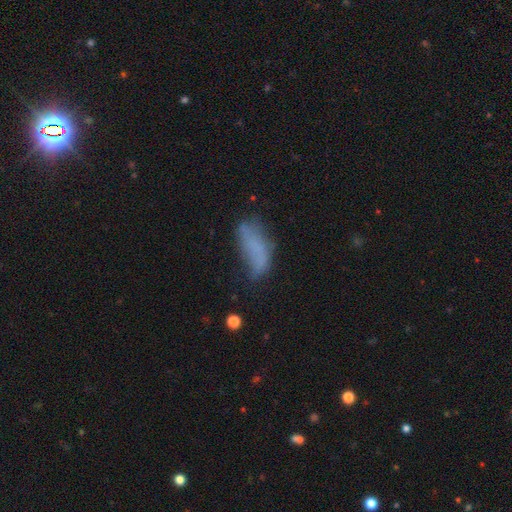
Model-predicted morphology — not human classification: type=smooth (66%); roundness=in between (80%); merging=none (44%).